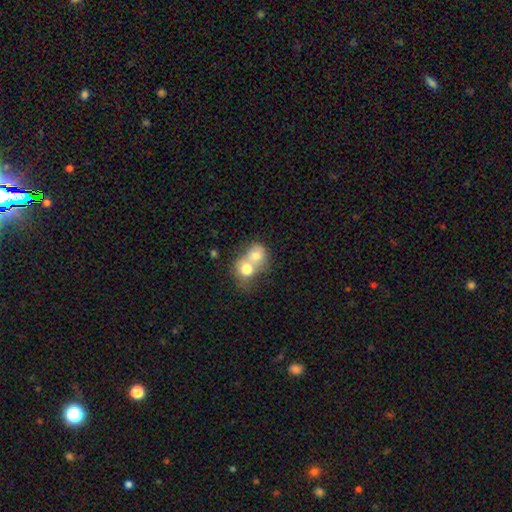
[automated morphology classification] smooth_or_featured: smooth (p=0.72) [alt: featured or disk p=0.20]
how_rounded: round (p=0.66) [alt: in between p=0.33]
merging: merger (p=0.75) [alt: none p=0.17]